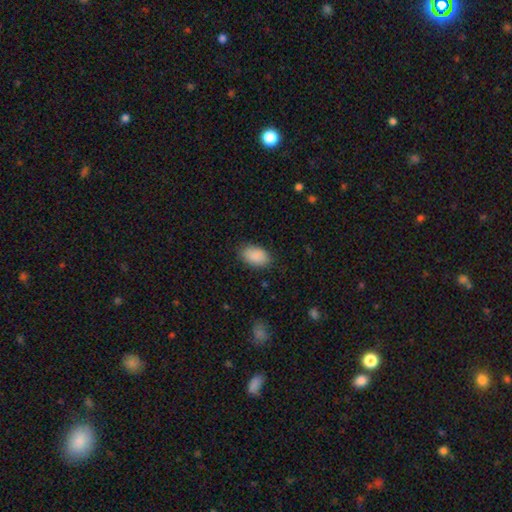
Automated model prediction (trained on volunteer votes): Morphology: type=smooth (90%); roundness=in between (92%); merging=none (84%).